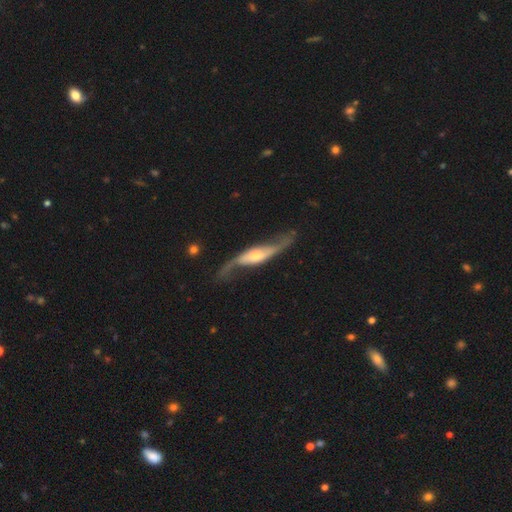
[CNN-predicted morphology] Smooth or featured: featured or disk — 86% (smooth — 9%)
Edge-on disk: no — 75% (yes — 25%)
Bar: no — 48% (weak — 30%)
Spiral arms: yes — 95% (no — 5%)
Spiral winding: loose — 81% (medium — 14%)
Spiral arm count: 2 — 92% (can't tell — 3%)
Bulge size: moderate — 52% (small — 37%)
Merging: none — 71% (minor disturbance — 17%)